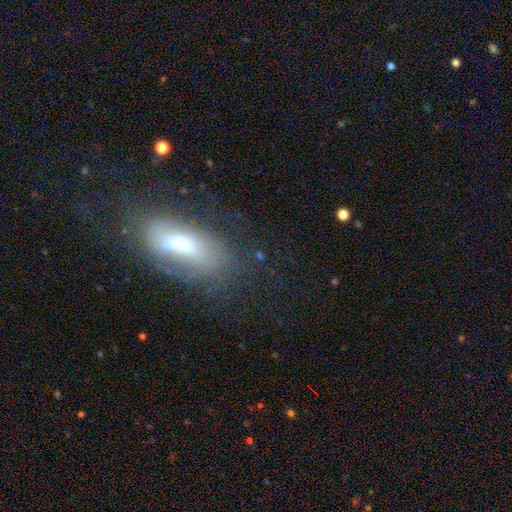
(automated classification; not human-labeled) This appears to be a smooth galaxy with no disk features (44%). Merging: none (56%).